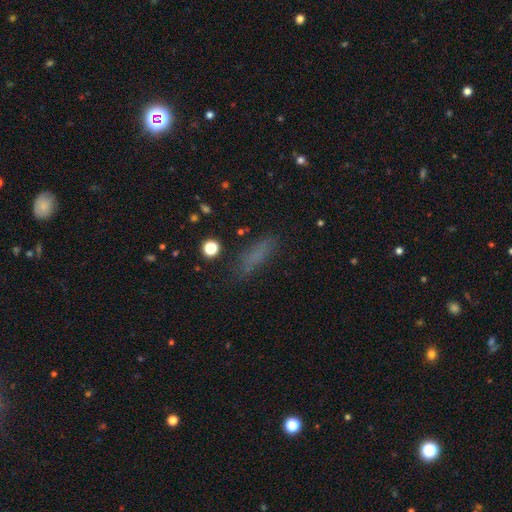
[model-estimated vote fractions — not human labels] Morphology: type=smooth (69%); roundness=cigar-shaped (63%); merging=none (74%).